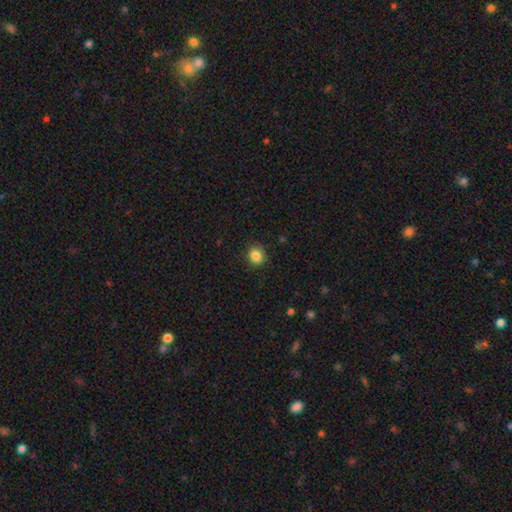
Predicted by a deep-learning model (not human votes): A smooth galaxy with no disk features (85%) that is round (74%). Merging: none (85%).